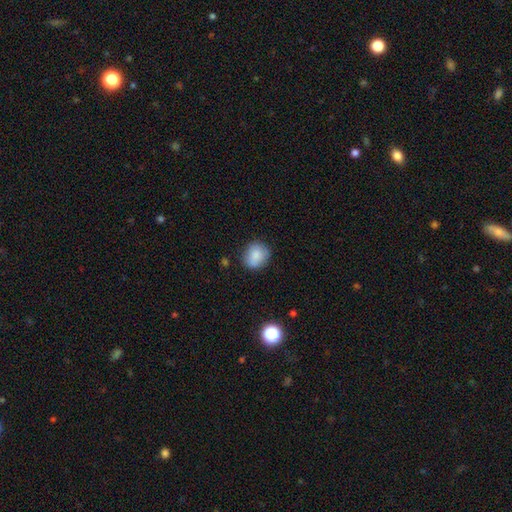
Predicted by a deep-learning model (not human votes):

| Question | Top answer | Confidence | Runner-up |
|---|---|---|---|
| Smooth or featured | smooth | 84% | star or artifact (9%) |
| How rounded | round | 75% | in between (24%) |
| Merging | none | 79% | minor disturbance (16%) |